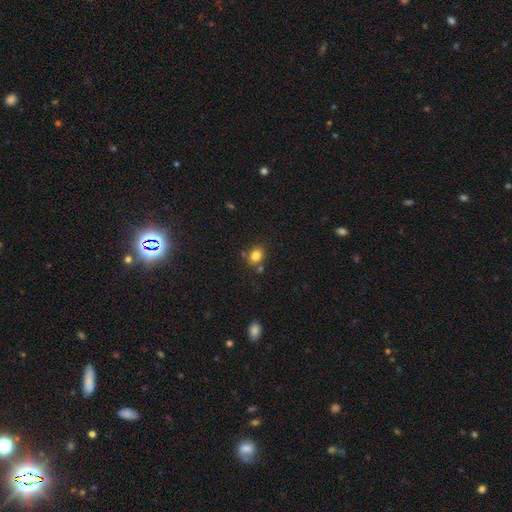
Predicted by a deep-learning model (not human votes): Smooth or featured?
  - smooth: 82% *
  - star or artifact: 12%
  - featured or disk: 7%
How rounded?
  - round: 59% *
  - in between: 40%
  - cigar-shaped: 1%
Merging?
  - none: 73% *
  - minor disturbance: 13%
  - merger: 11%
  - major disturbance: 3%